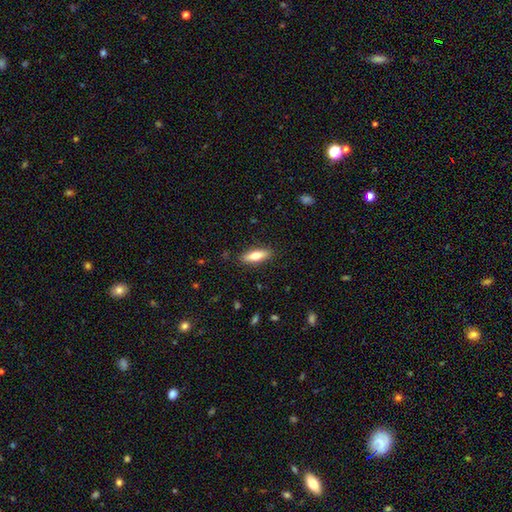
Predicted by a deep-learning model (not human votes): smooth_or_featured: smooth (p=0.66) [alt: featured or disk p=0.28]
how_rounded: cigar-shaped (p=0.50) [alt: in between p=0.48]
merging: none (p=0.88) [alt: minor disturbance p=0.09]